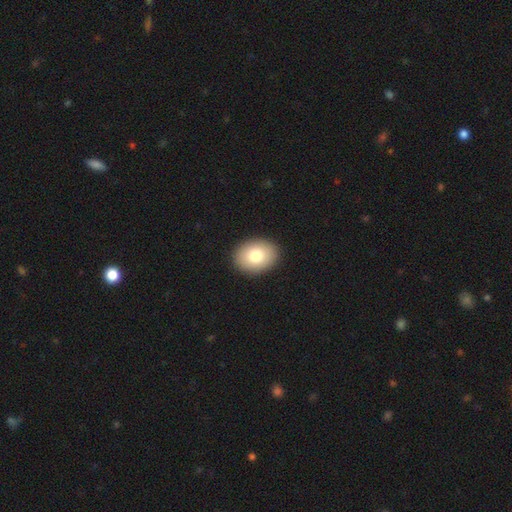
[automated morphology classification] This is likely a smooth galaxy (80%). How rounded: likely in between (68%). Merging: clearly none (91%).